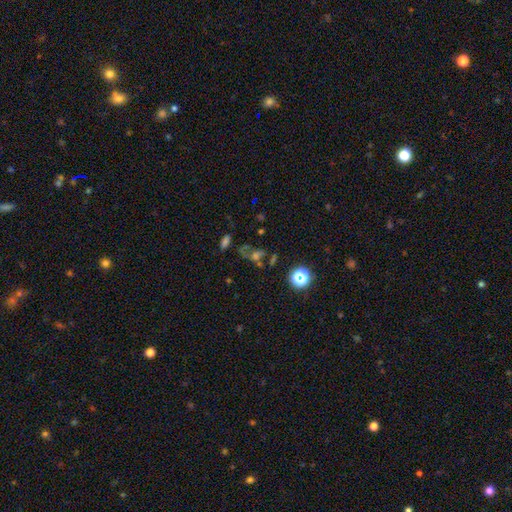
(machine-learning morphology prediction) Smooth or featured: star or artifact — 40% (smooth — 32%)